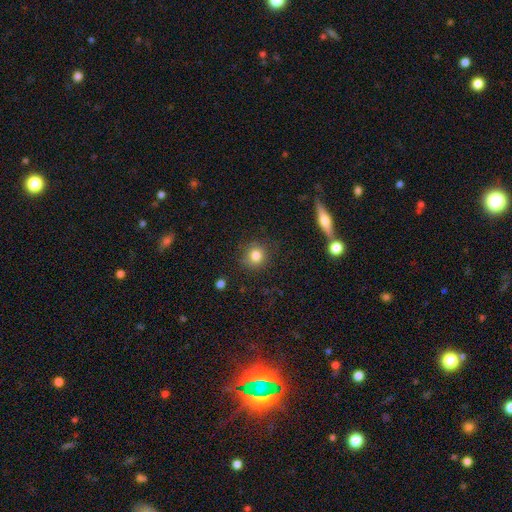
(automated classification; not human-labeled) Q: Smooth or featured?
A: smooth (82%); runner-up: star or artifact (11%)
Q: How rounded?
A: round (90%); runner-up: in between (9%)
Q: Merging?
A: none (85%); runner-up: minor disturbance (10%)